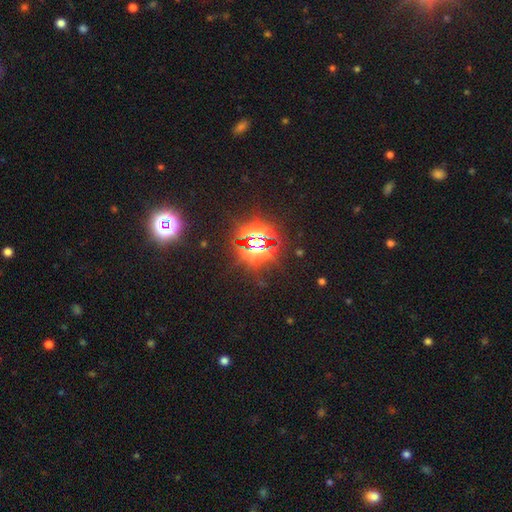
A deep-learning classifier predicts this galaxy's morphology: Smooth or featured? star or artifact (85%)